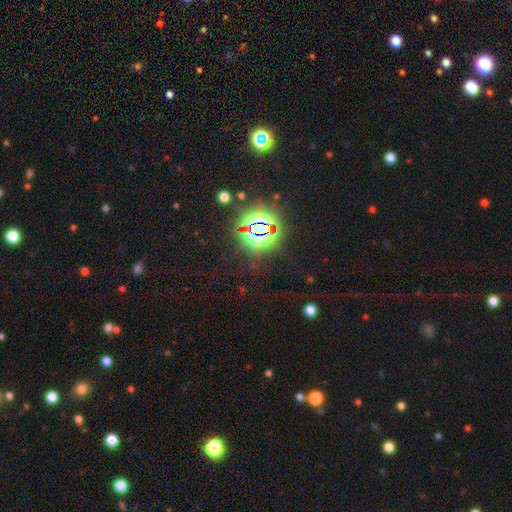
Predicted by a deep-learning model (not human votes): Smooth or featured? star or artifact (84%)